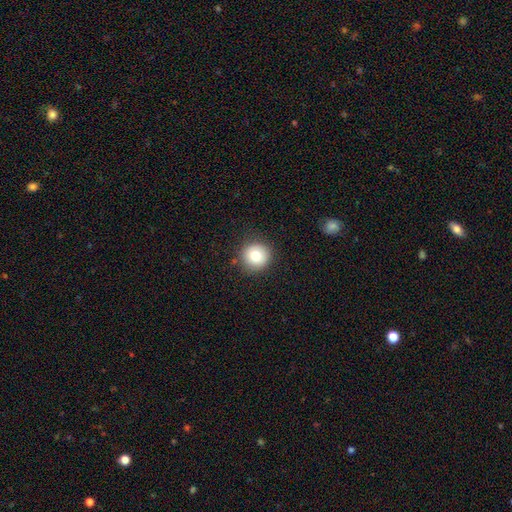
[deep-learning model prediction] smooth 79%, featured or disk 11%, star or artifact 10%. Down the decision tree: how rounded — round (94%); merging — none (88%).